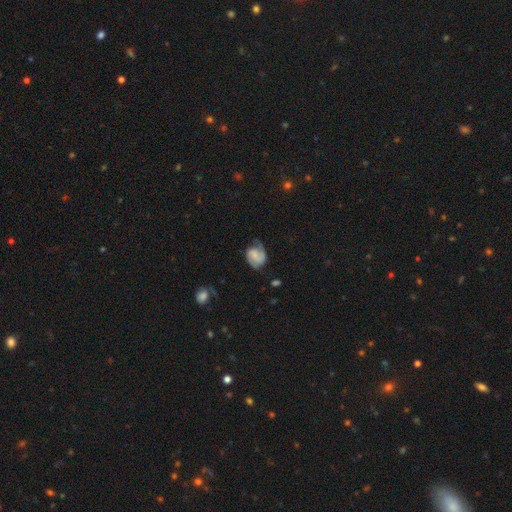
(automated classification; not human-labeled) This is likely a featured or disk galaxy (71%). It is clearly not viewed edge-on (98%). Bar: possibly no (47%). Spiral arm pattern: clearly yes (94%). Spiral arm count: likely 2 (79%). Spiral winding: marginally medium (45%). Central bulge: marginally small (38%). Merging: likely none (63%).